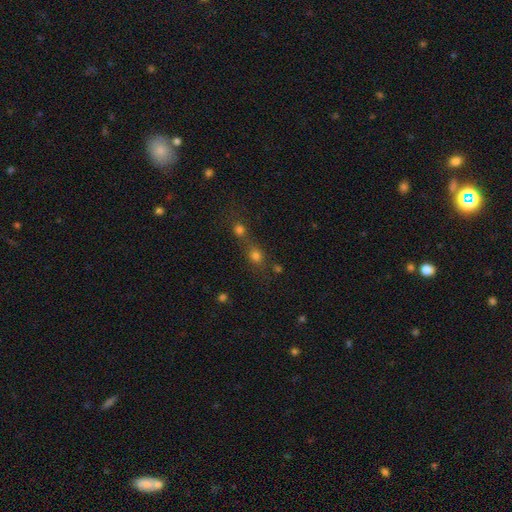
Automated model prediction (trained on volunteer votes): Overall: smooth (69%). How rounded: round (77%). Merging: merger (50%; none 38%).